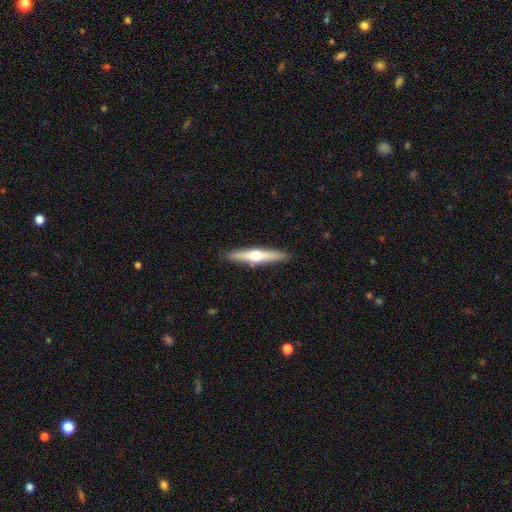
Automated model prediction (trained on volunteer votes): Overall: featured or disk (62%; smooth 33%). Edge-on disk: yes (96%). Edge-on bulge: rounded (93%). Merging: none (90%).